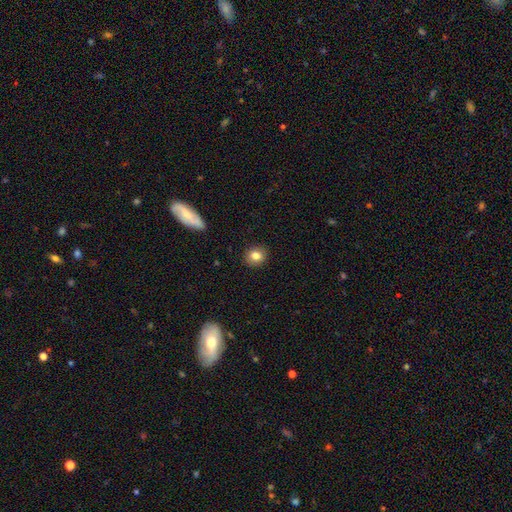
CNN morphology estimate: A smooth galaxy with no disk features (82%) that is round (79%). Merging: none (90%).